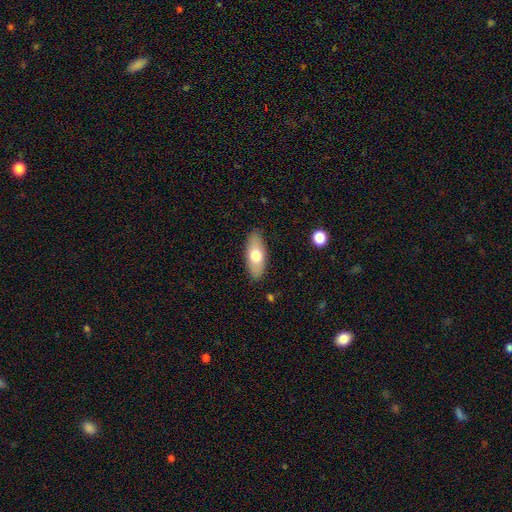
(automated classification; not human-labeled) smooth_or_featured: smooth (p=0.68) [alt: featured or disk p=0.26]
how_rounded: in between (p=0.80) [alt: cigar-shaped p=0.17]
merging: none (p=0.87) [alt: minor disturbance p=0.10]